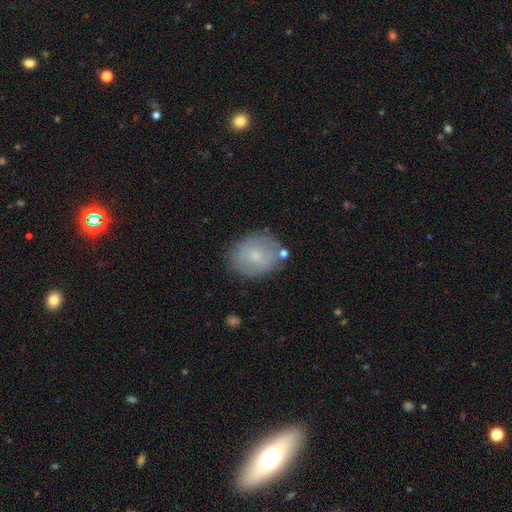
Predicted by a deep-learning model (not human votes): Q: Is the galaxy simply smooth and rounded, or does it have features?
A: smooth — 60%.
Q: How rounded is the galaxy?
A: round — 53%.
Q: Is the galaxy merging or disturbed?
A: none — 74%.